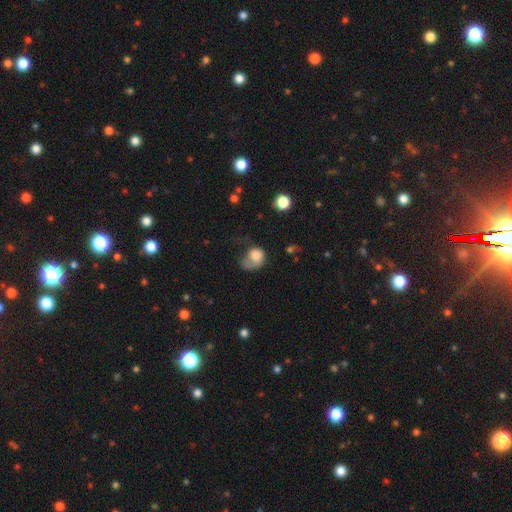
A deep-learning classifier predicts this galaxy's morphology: Smooth or featured: smooth — 71% (featured or disk — 20%)
How rounded: round — 54% (in between — 45%)
Merging: major disturbance — 51% (none — 22%)